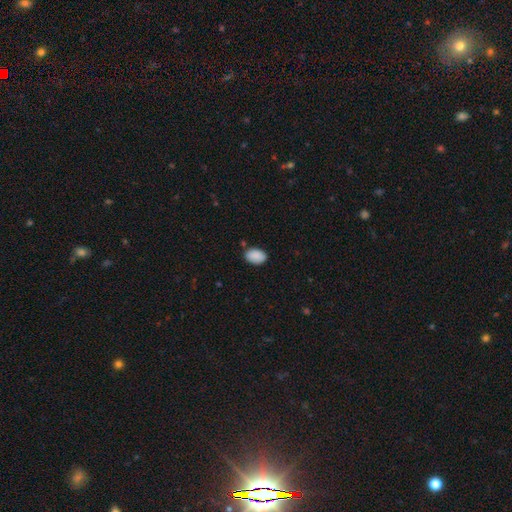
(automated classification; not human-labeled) Smooth or featured: smooth — 89% (star or artifact — 7%)
How rounded: in between — 87% (round — 12%)
Merging: none — 81% (minor disturbance — 14%)